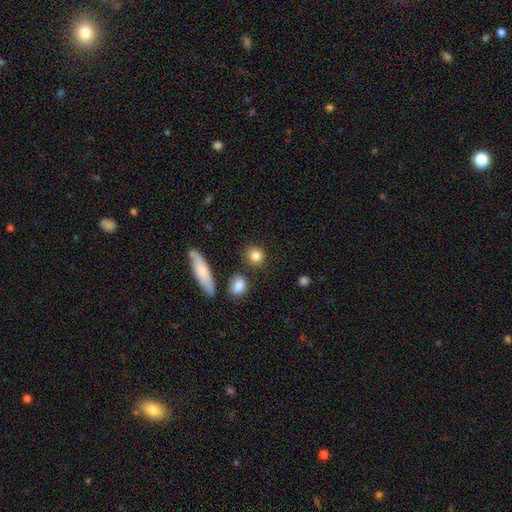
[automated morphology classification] Smooth or featured?
  - smooth: 85% *
  - star or artifact: 8%
  - featured or disk: 7%
How rounded?
  - round: 84% *
  - in between: 13%
  - cigar-shaped: 3%
Merging?
  - none: 84% *
  - minor disturbance: 8%
  - merger: 5%
  - major disturbance: 3%